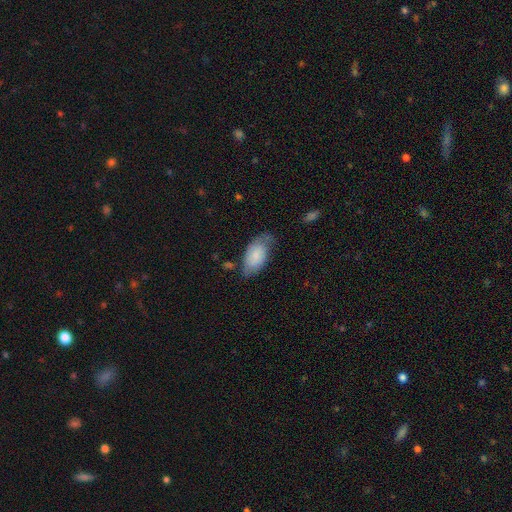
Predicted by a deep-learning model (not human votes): smooth-or-featured: smooth: 74% | featured or disk: 20% | star or artifact: 6%
  how-rounded: in between: 94% | round: 3% | cigar-shaped: 3%
  merging: none: 53% | minor disturbance: 33% | major disturbance: 10% | merger: 3%